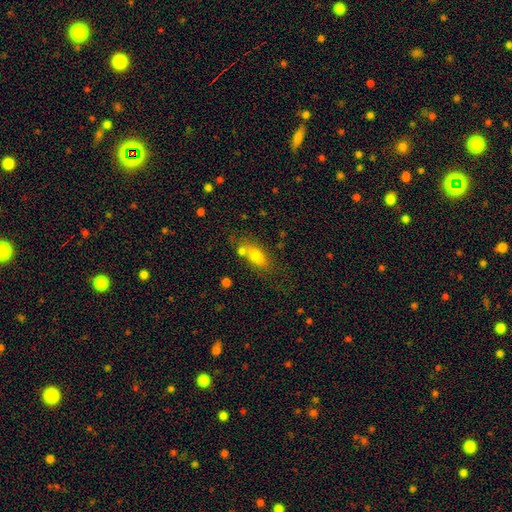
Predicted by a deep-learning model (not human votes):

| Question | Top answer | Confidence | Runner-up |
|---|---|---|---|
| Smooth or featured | smooth | 75% | featured or disk (16%) |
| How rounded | in between | 78% | cigar-shaped (14%) |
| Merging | none | 54% | merger (23%) |